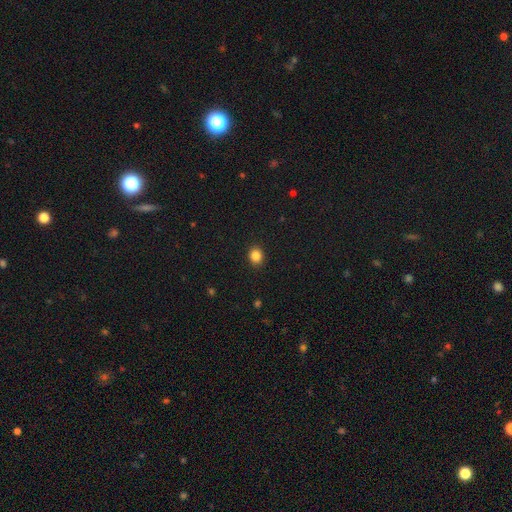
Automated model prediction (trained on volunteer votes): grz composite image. It shows a smooth galaxy with no disk features (85%) that is round (71%). Merging: none (91%).